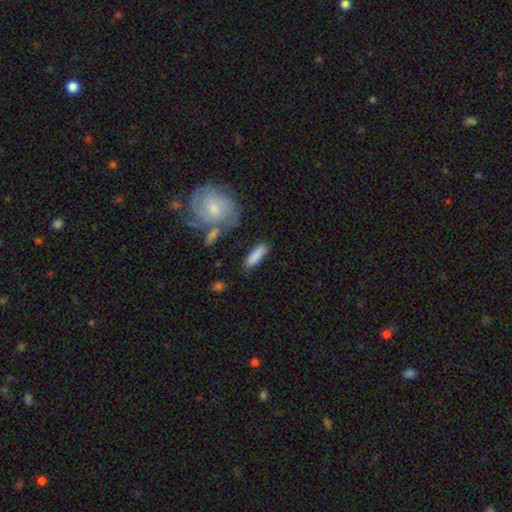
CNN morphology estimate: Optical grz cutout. It shows a smooth galaxy with no disk features (83%) that is cigar-shaped (59%). Merging: none (76%).